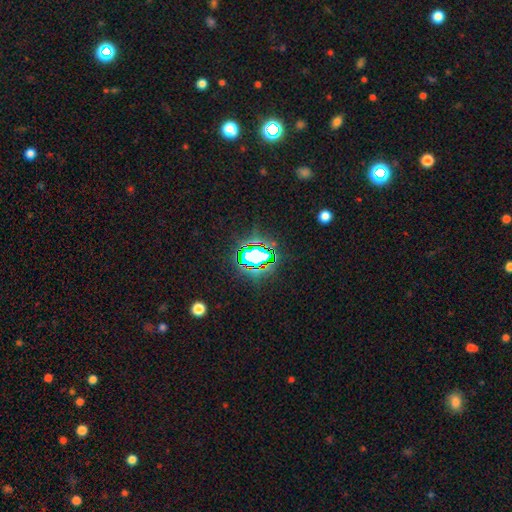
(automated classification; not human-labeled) This appears to be a star or artifact, not a galaxy (70%).